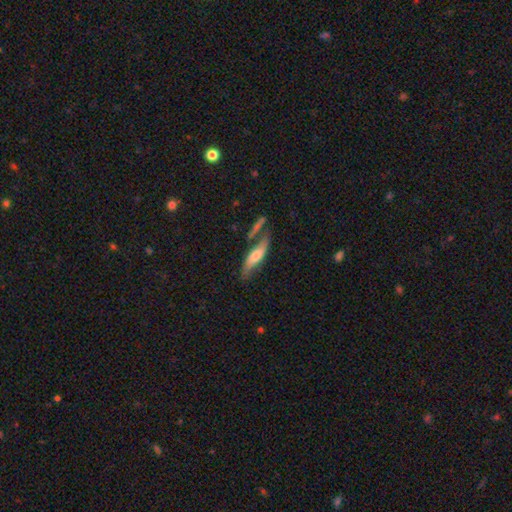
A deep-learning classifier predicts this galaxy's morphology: smooth_or_featured: featured or disk (p=0.53) [alt: smooth p=0.40]
disk_edge_on: no (p=0.50) [tied with: yes p=0.50]
merging: none (p=0.53) [alt: minor disturbance p=0.20]